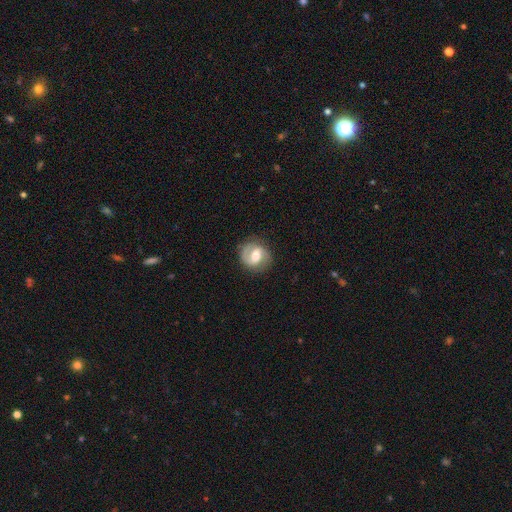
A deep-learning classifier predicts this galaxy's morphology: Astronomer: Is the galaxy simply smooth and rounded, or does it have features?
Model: featured or disk — 72%.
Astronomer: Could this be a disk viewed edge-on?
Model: no — 97%.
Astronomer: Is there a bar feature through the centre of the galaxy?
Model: weak — 53%.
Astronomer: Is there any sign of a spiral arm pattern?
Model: yes — 91%.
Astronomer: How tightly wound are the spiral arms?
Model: medium — 48% (runner-up: tight, 28%).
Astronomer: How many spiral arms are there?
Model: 2 — 77%.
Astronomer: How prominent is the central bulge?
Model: moderate — 60%.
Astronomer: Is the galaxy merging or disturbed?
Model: none — 80%.